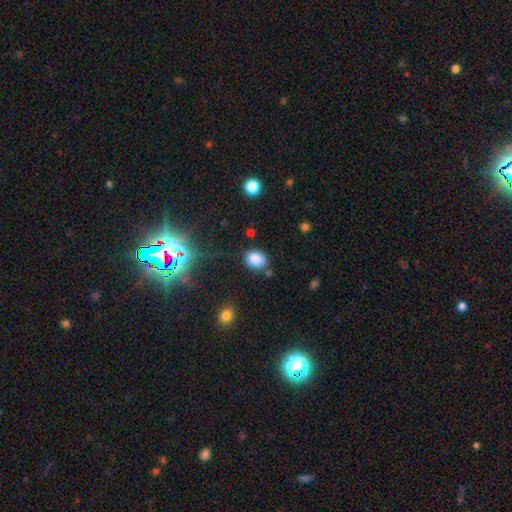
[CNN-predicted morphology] Smooth or featured: smooth — 84% (star or artifact — 11%)
How rounded: in between — 50% (round — 49%)
Merging: none — 77% (minor disturbance — 14%)